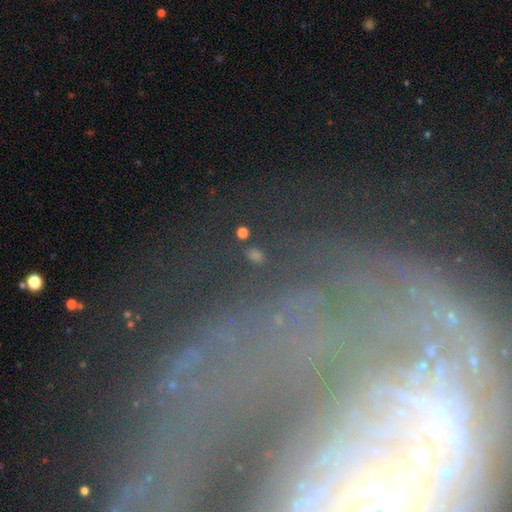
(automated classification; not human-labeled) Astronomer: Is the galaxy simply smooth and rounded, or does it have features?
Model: star or artifact — 44% (runner-up: smooth, 37%).